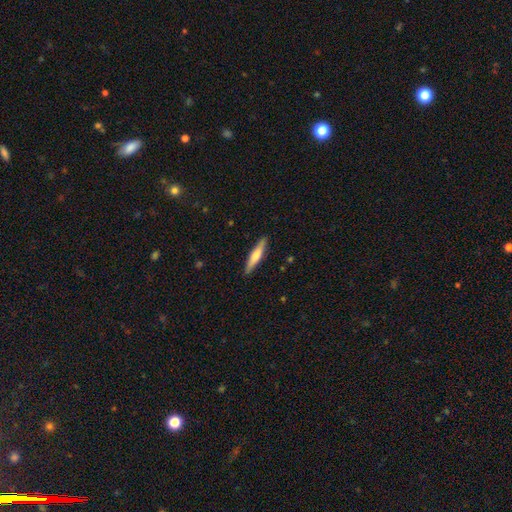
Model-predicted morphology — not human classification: smooth 58%, featured or disk 37%, star or artifact 5%. Down the decision tree: how rounded — cigar-shaped (89%); merging — none (90%).